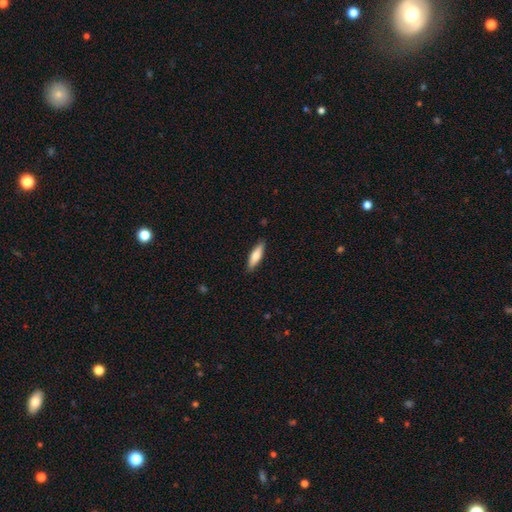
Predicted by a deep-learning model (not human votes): This appears to be a smooth galaxy with no disk features (71%) that is cigar-shaped (56%). Merging: none (88%).